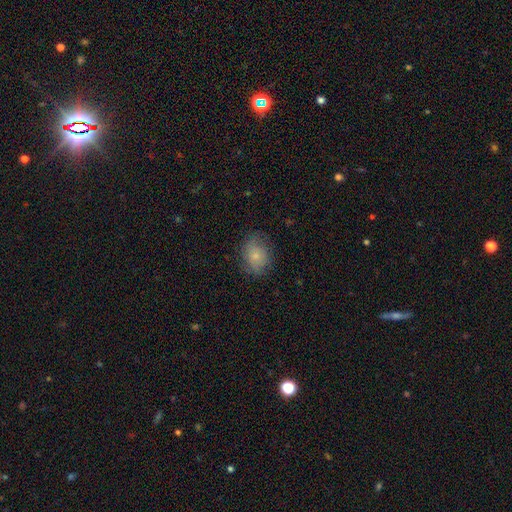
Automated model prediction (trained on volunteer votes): smooth_or_featured: smooth (p=0.73) [alt: featured or disk p=0.18]
how_rounded: round (p=0.50) [alt: in between p=0.48]
merging: none (p=0.72) [alt: minor disturbance p=0.20]